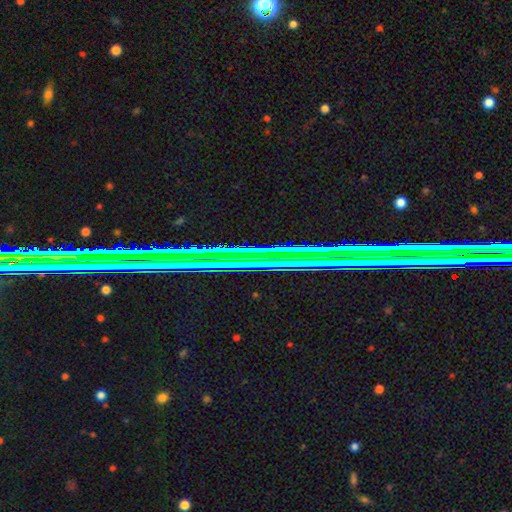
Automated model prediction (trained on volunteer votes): smooth_or_featured: star or artifact (p=0.77) [alt: featured or disk p=0.15]